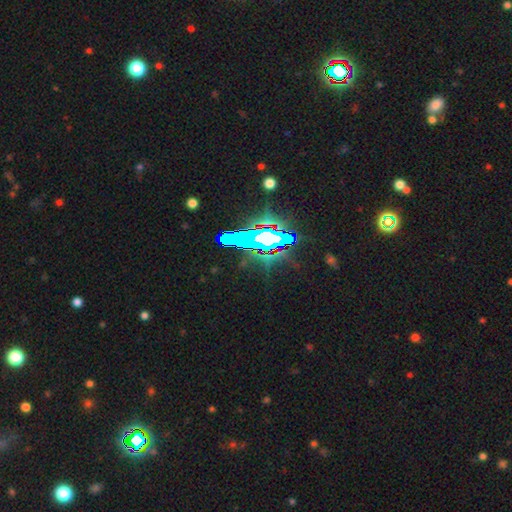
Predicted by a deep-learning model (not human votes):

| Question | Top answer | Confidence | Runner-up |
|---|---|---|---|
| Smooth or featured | star or artifact | 75% | smooth (13%) |